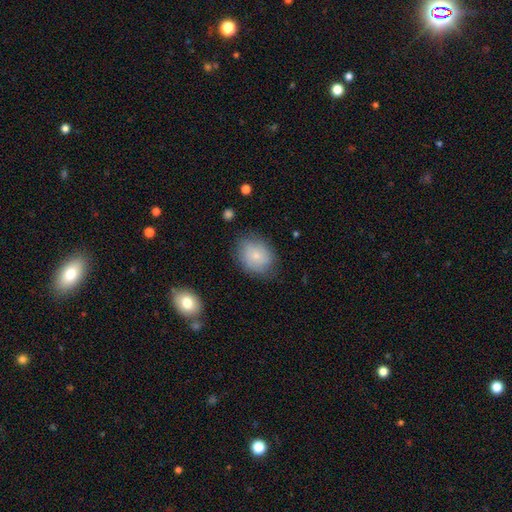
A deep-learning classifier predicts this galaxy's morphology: Smooth or featured? smooth (75%)
How rounded? in between (55%)
Merging? none (74%)